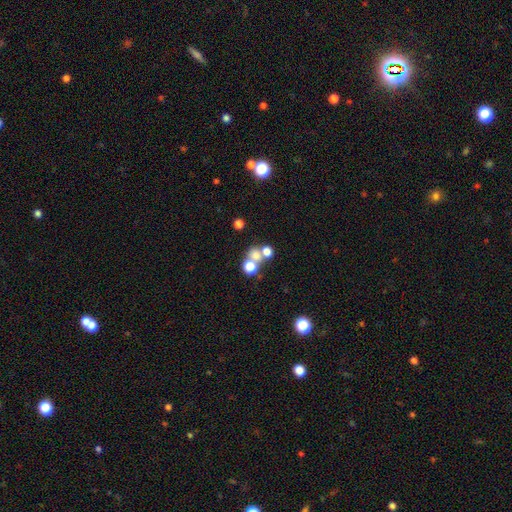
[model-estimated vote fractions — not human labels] Smooth or featured? Predicted: smooth (p=0.67). How rounded? Predicted: round (p=0.74). Merging? Predicted: merger (p=0.47).